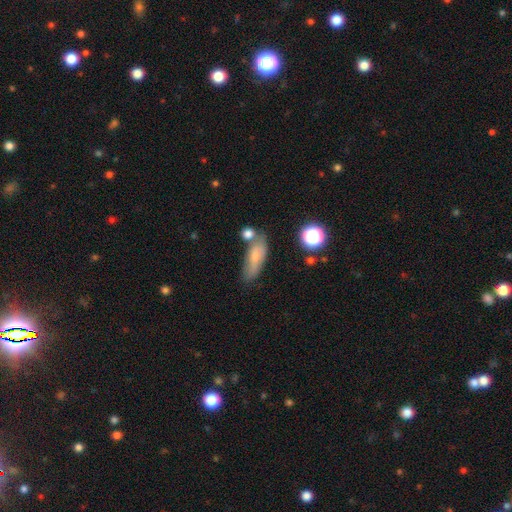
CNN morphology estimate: Smooth or featured? smooth (69%)
How rounded? in between (68%)
Merging? none (51%)